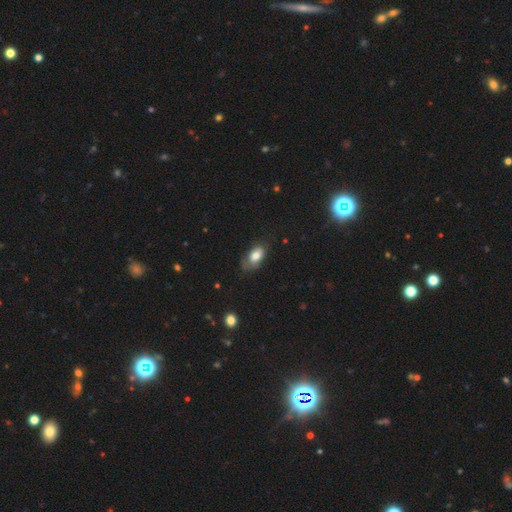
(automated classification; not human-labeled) smooth_or_featured: smooth (p=0.76) [alt: featured or disk p=0.16]
how_rounded: in between (p=0.91) [alt: round p=0.06]
merging: none (p=0.54) [alt: minor disturbance p=0.31]